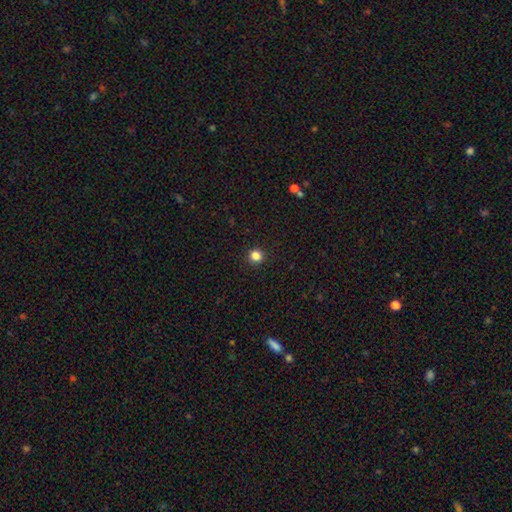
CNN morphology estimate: Smooth or featured? Predicted: smooth (p=0.84). How rounded? Predicted: round (p=0.92). Merging? Predicted: none (p=0.93).